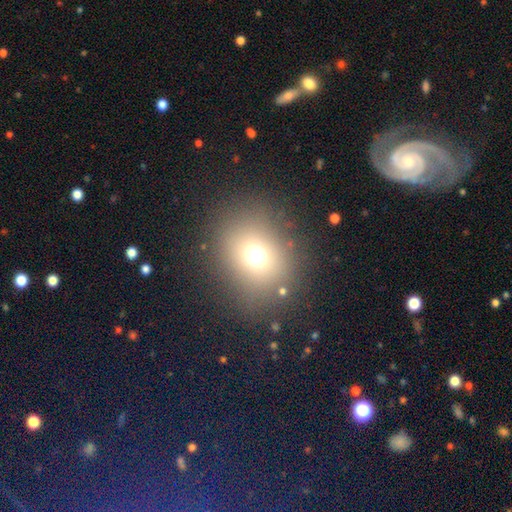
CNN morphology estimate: A smooth galaxy with no disk features (68%) that is round (63%). Merging: none (82%).